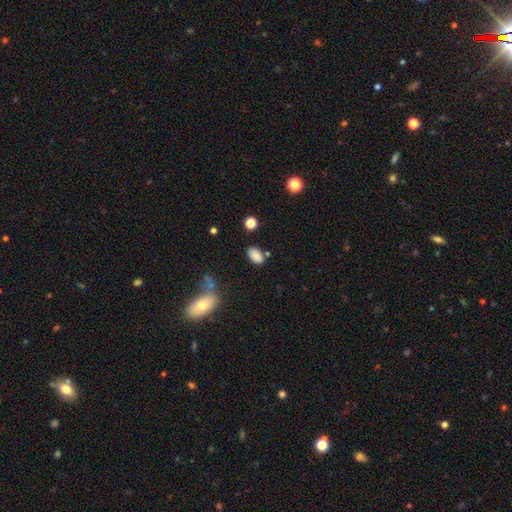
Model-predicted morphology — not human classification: Smooth or featured: smooth — 85% (star or artifact — 9%)
How rounded: in between — 91% (round — 7%)
Merging: none — 73% (minor disturbance — 16%)